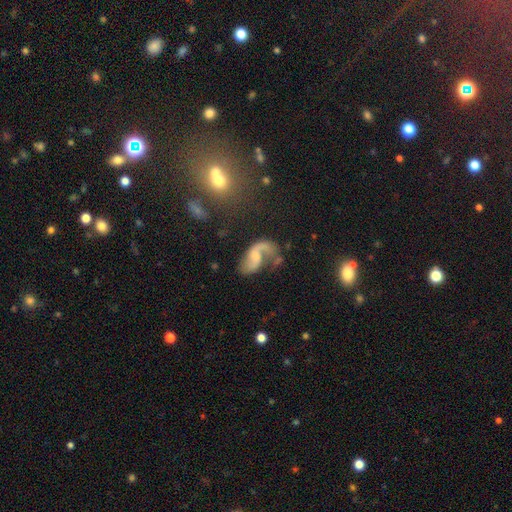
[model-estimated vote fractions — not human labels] Morphology: type=featured or disk (79%); edge-on=no (97%); bar=no (51%); spiral arms=yes (92%); winding=loose (68%); arm count=2 (73%); bulge=small (45%); merging=none (40%).